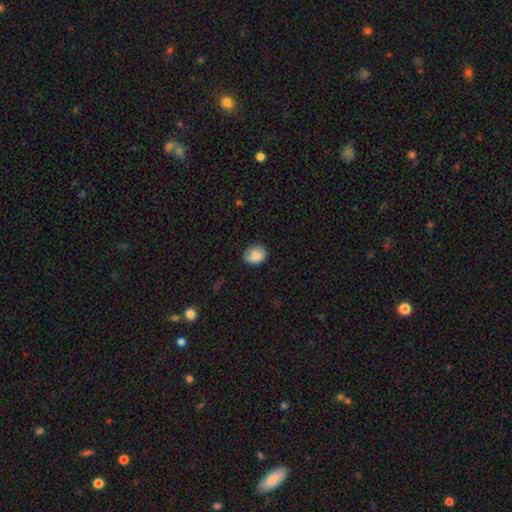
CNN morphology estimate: smooth-or-featured: smooth: 83% | featured or disk: 9% | star or artifact: 8%
  how-rounded: round: 54% | in between: 45% | cigar-shaped: 1%
  merging: none: 73% | minor disturbance: 21% | major disturbance: 4% | merger: 1%